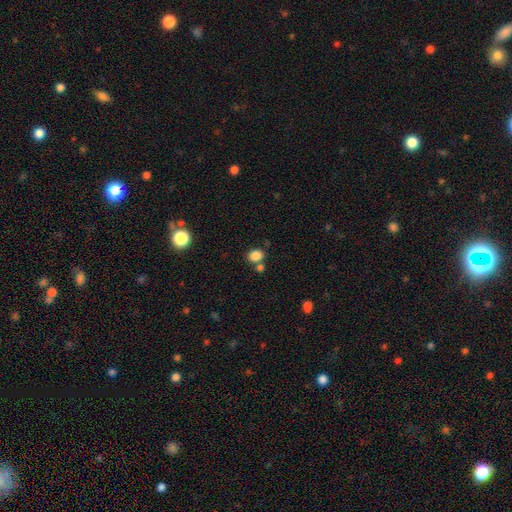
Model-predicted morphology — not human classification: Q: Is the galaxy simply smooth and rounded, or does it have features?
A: smooth — 84%.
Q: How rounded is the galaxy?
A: round — 50%.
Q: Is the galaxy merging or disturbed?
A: none — 67%.